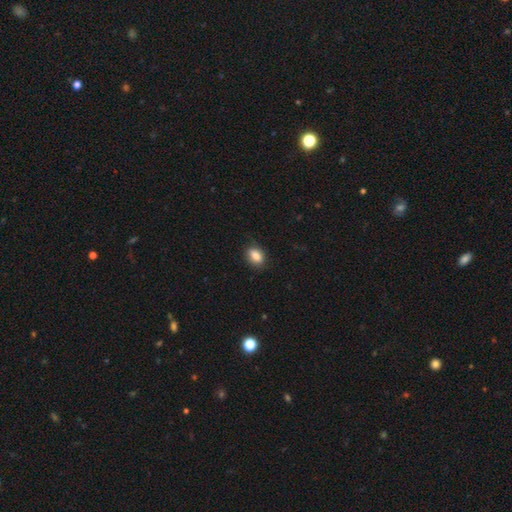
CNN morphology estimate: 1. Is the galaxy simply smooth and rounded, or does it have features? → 85% smooth, 8% star or artifact, 6% featured or disk.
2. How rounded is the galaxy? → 80% in between, 18% round, 2% cigar-shaped.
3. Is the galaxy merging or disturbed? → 84% none, 12% minor disturbance, 3% major disturbance, 1% merger.